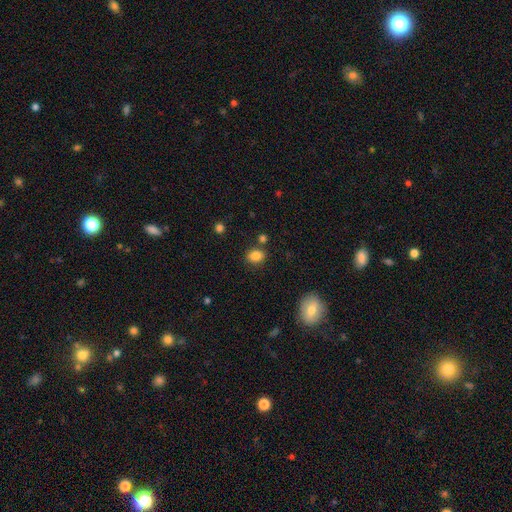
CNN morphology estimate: smooth 84%, star or artifact 11%, featured or disk 6%. Down the decision tree: how rounded — in between (57%); merging — none (79%).